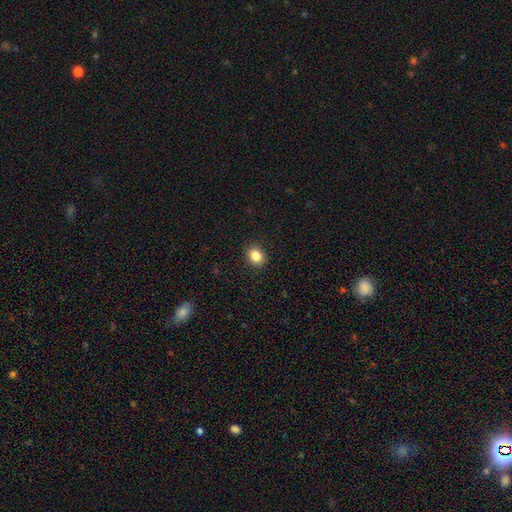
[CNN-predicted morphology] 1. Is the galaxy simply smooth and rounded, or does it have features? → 85% smooth, 10% star or artifact, 5% featured or disk.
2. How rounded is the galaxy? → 50% round, 49% in between, 1% cigar-shaped.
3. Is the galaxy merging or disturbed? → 91% none, 7% minor disturbance, 2% major disturbance, 1% merger.